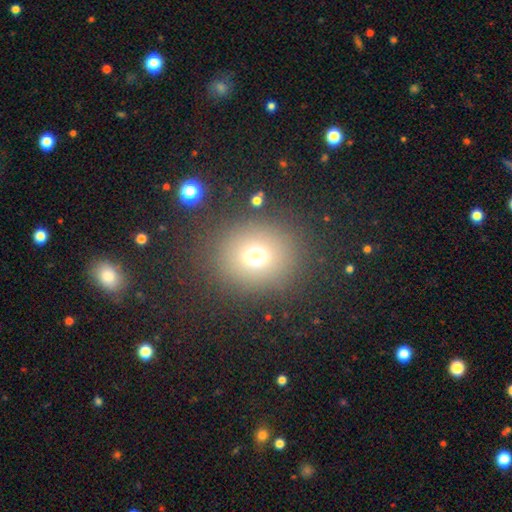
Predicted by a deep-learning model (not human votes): Overall: smooth (70%). How rounded: round (79%). Merging: none (82%).